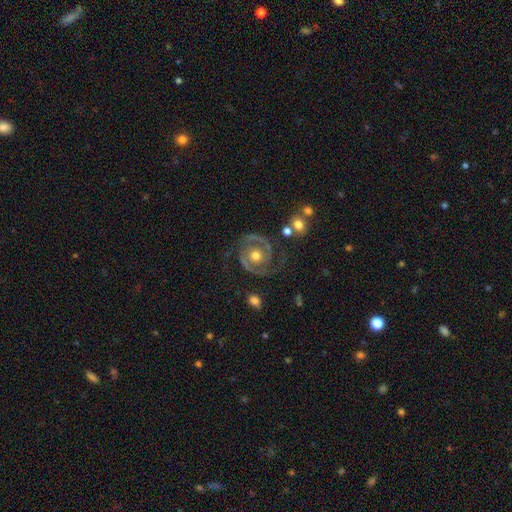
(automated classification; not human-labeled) A featured or disk galaxy (86%) with no bar (75%), 2 (88%) tight (47%) spiral arms (93%) and a moderate central bulge (76%). Merging: none (73%).